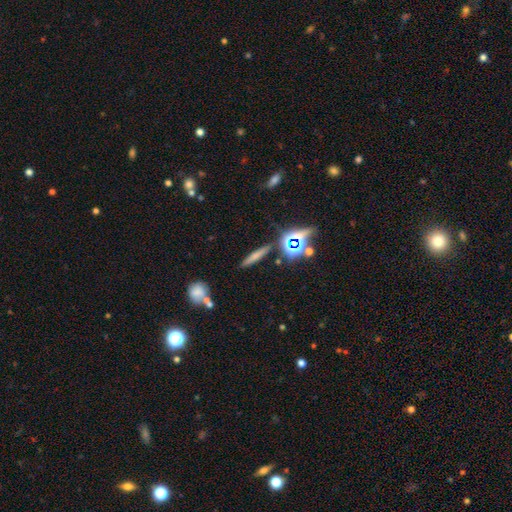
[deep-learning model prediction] Overall: smooth (61%). How rounded: cigar-shaped (84%). Merging: none (82%).